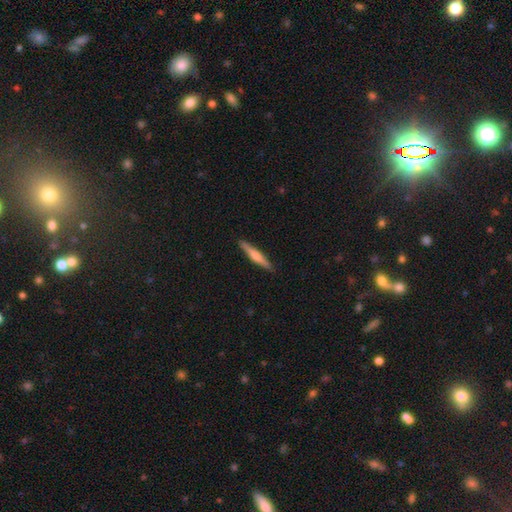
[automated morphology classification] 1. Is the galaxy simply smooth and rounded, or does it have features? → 51% smooth, 43% featured or disk, 5% star or artifact.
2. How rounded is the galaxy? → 93% cigar-shaped, 6% in between, 2% round.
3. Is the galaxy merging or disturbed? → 91% none, 7% minor disturbance, 1% major disturbance, 1% merger.